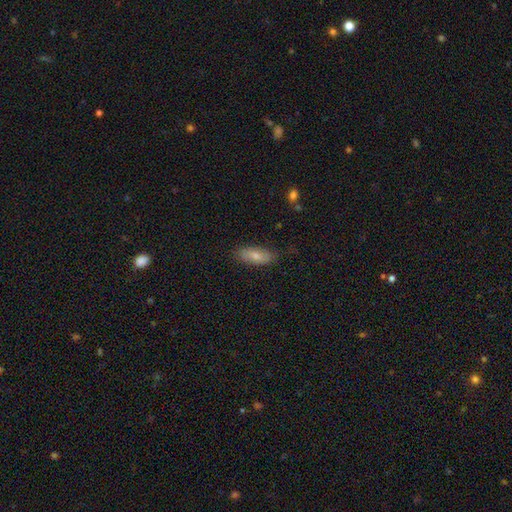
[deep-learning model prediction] This is likely a smooth galaxy (69%). How rounded: clearly in between (85%). Merging: clearly none (81%).